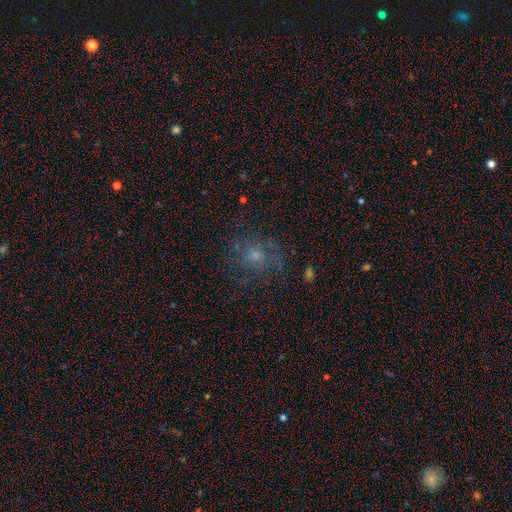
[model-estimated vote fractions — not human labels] featured or disk 42%, smooth 38%, star or artifact 20%. Down the decision tree: merging — none (67%).